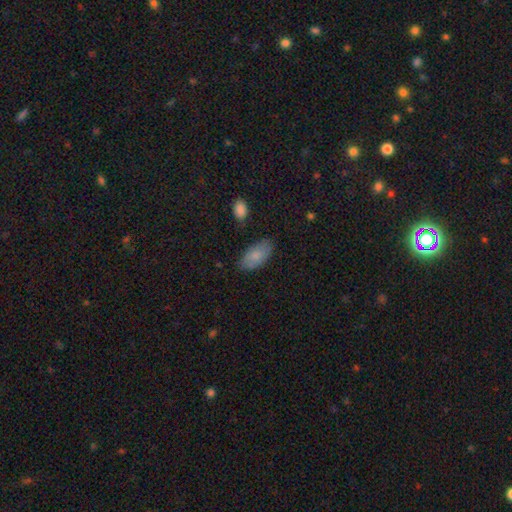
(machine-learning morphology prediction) Overall: smooth (80%). How rounded: in between (93%). Merging: none (79%).